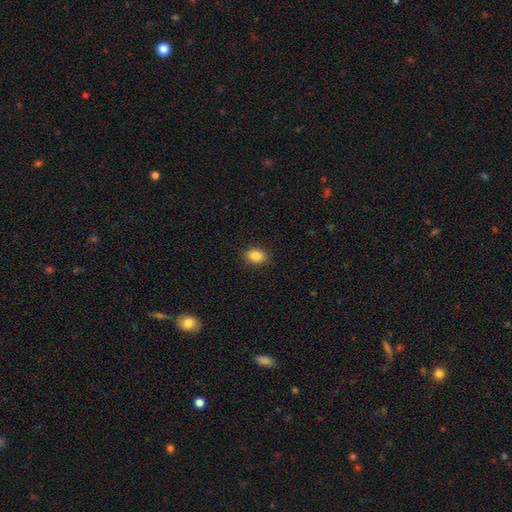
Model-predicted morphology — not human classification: Smooth or featured: smooth — 87% (star or artifact — 9%)
How rounded: in between — 69% (round — 29%)
Merging: none — 88% (minor disturbance — 9%)